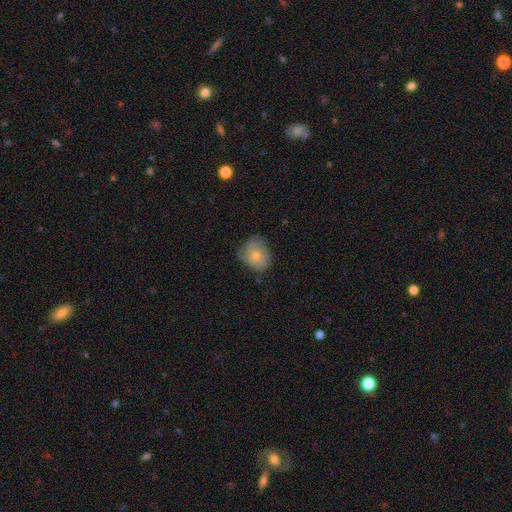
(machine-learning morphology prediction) Smooth or featured?
  - smooth: 73% *
  - featured or disk: 19%
  - star or artifact: 8%
How rounded?
  - round: 58% *
  - in between: 41%
  - cigar-shaped: 1%
Merging?
  - none: 57% *
  - minor disturbance: 33%
  - major disturbance: 9%
  - merger: 1%